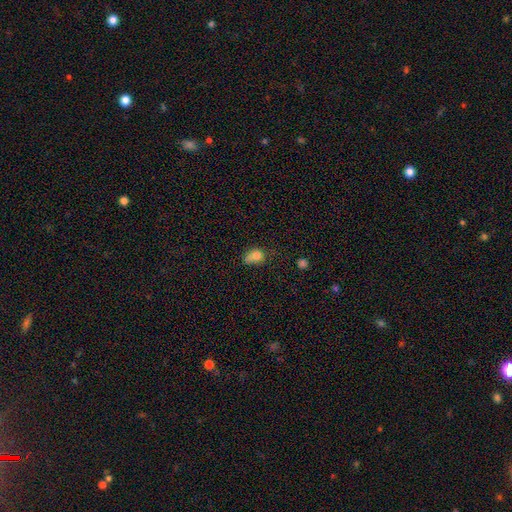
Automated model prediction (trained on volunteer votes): The model was most divided on "merging": none: 34%, minor disturbance: 28%, merger: 22%, major disturbance: 17%. More confident: smooth or featured — smooth (77%); how rounded — in between (55%).